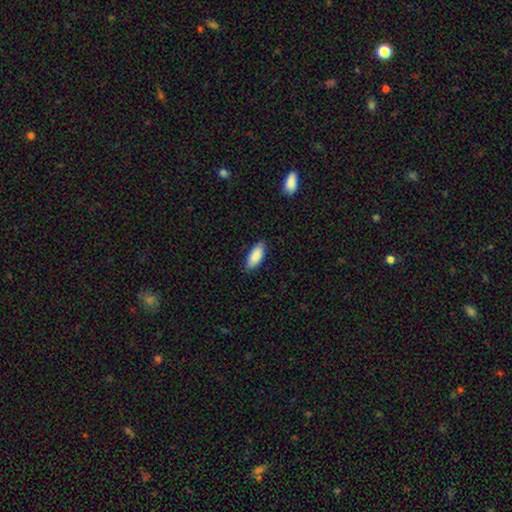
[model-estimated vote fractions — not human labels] smooth 88%, featured or disk 6%, star or artifact 6%. Down the decision tree: how rounded — in between (83%); merging — none (84%).